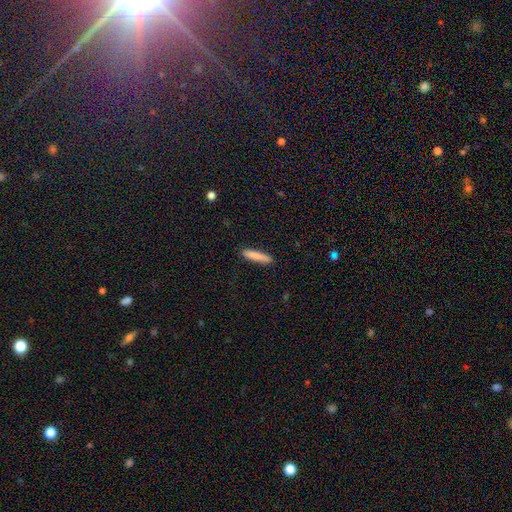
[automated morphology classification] This is clearly a smooth galaxy (85%). How rounded: clearly cigar-shaped (87%). Merging: clearly none (89%).